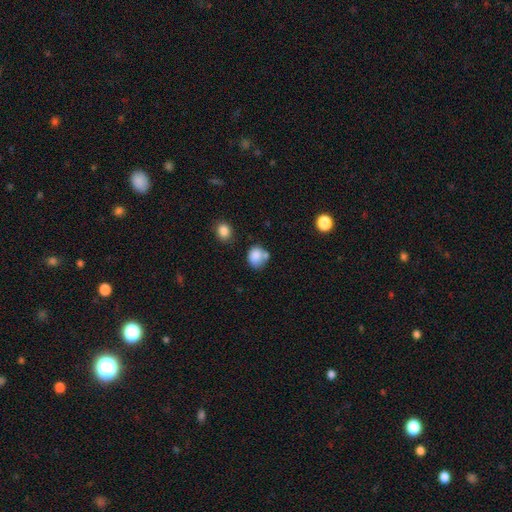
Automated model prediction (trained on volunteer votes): Morphology: type=smooth (83%); roundness=round (62%); merging=none (48%).